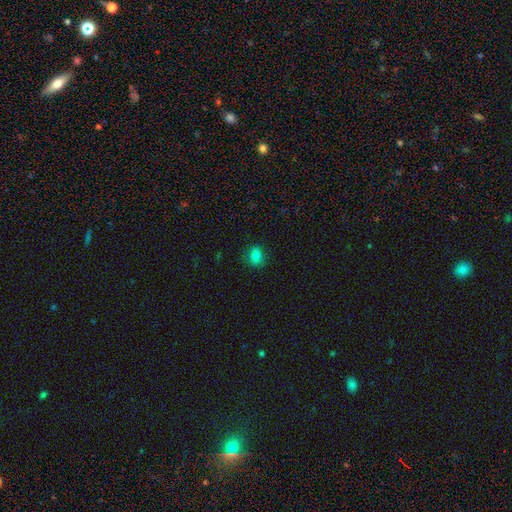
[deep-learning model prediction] Overall: smooth (80%). How rounded: in between (51%; round 48%). Merging: none (84%).